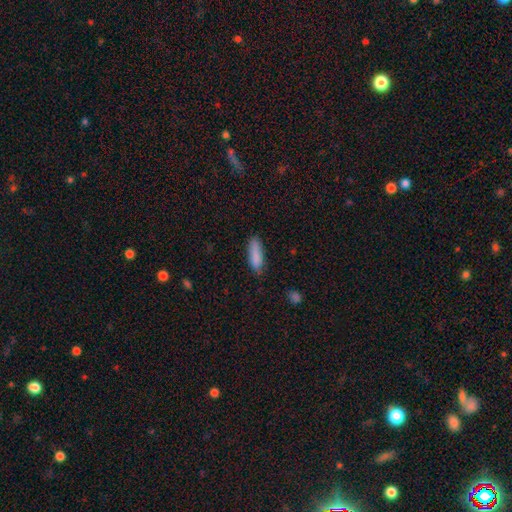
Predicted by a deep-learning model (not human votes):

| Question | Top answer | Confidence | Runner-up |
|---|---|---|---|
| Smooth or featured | smooth | 87% | star or artifact (7%) |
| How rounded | in between | 53% | cigar-shaped (45%) |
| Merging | none | 74% | minor disturbance (20%) |